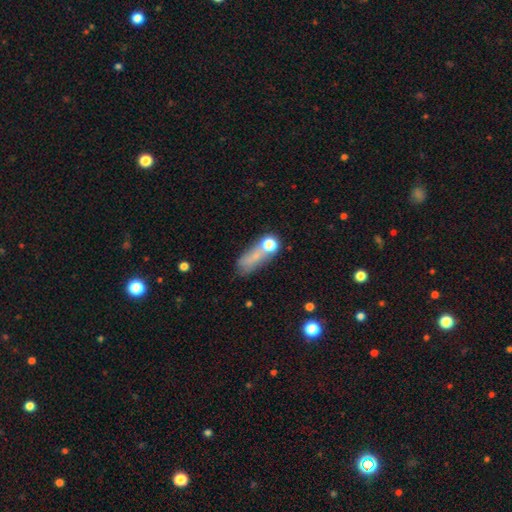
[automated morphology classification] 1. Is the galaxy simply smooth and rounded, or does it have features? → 63% smooth, 20% featured or disk, 17% star or artifact.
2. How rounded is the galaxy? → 57% in between, 28% cigar-shaped, 15% round.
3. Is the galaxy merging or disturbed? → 41% none, 21% minor disturbance, 19% merger, 18% major disturbance.